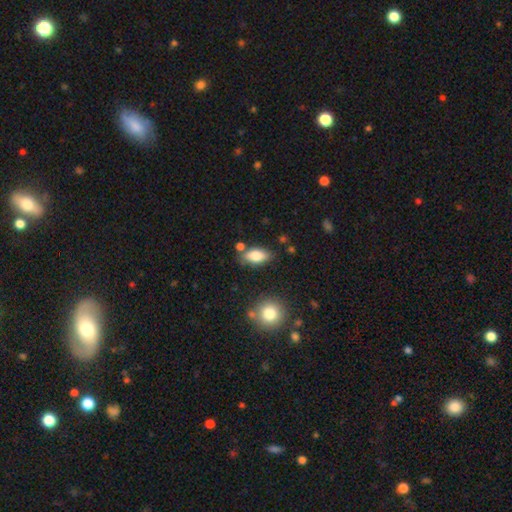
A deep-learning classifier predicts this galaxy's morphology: type=smooth (80%); roundness=in between (88%); merging=none (73%).